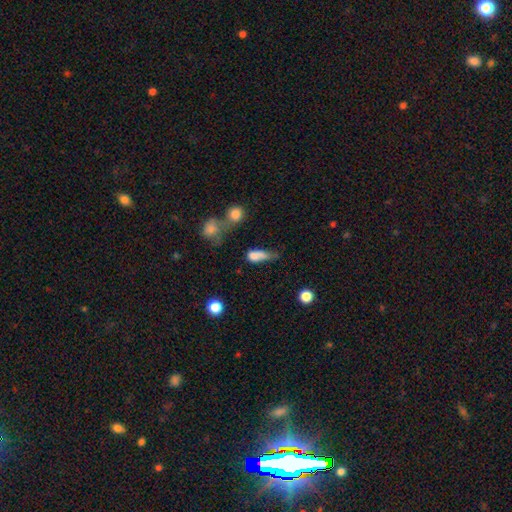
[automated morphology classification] smooth 72%, featured or disk 17%, star or artifact 11%. Down the decision tree: how rounded — in between (65%); merging — major disturbance (29%).